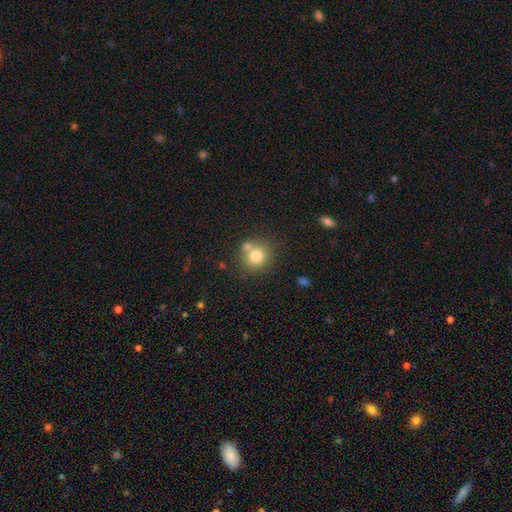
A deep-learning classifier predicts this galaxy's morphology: This is likely a smooth galaxy (77%). How rounded: clearly round (89%). Merging: likely none (65%).